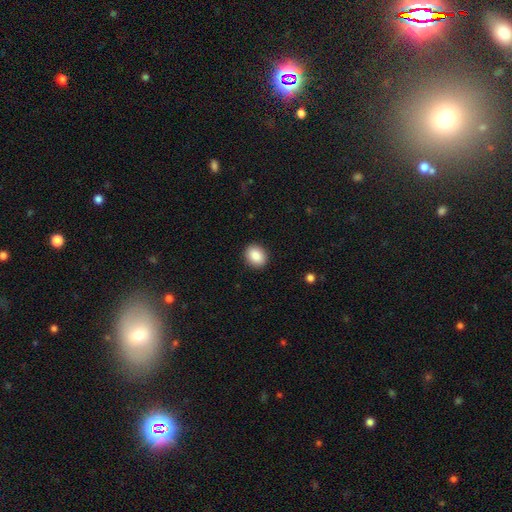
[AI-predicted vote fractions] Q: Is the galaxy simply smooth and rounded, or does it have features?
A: smooth — 88%.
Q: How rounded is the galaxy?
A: in between — 52%.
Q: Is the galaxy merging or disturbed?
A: none — 91%.